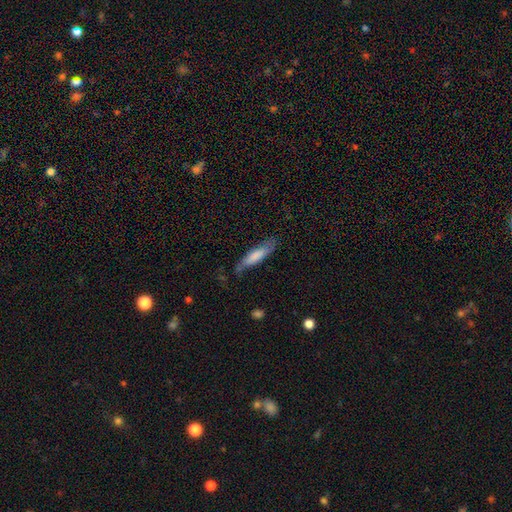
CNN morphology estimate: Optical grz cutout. It shows a smooth galaxy with no disk features (71%) that is cigar-shaped (72%). Merging: none (61%).